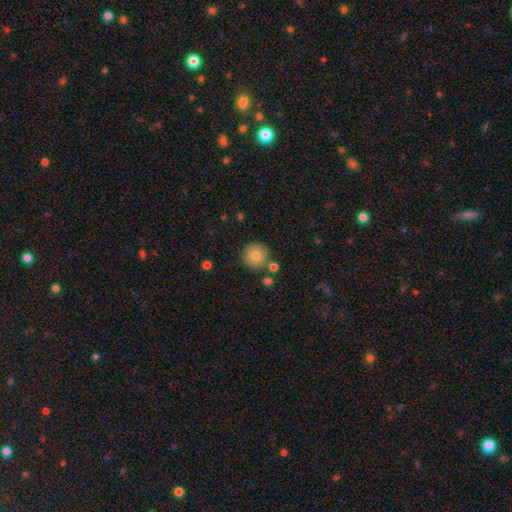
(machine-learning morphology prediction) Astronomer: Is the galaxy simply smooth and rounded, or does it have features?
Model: smooth — 80%.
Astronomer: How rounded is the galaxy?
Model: round — 95%.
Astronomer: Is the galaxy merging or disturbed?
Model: none — 82%.